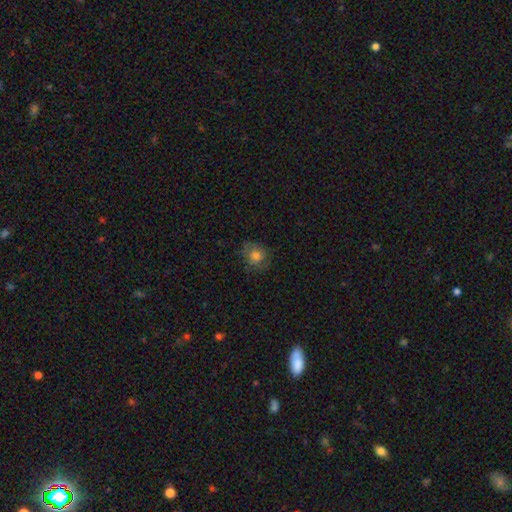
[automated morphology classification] smooth_or_featured: smooth (p=0.67) [alt: featured or disk p=0.22]
how_rounded: round (p=0.74) [alt: in between p=0.25]
merging: none (p=0.66) [alt: minor disturbance p=0.22]